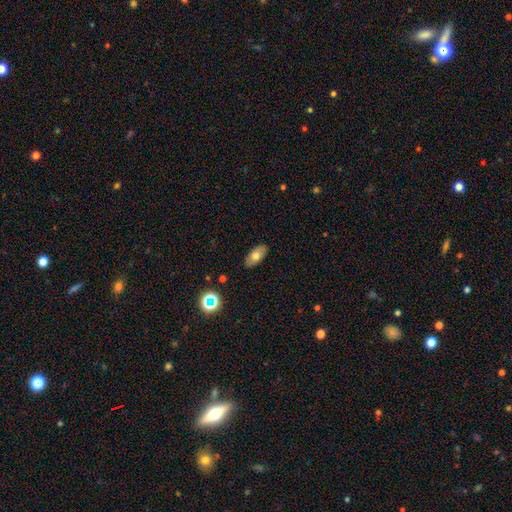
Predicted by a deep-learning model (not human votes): Smooth or featured? smooth (68%)
How rounded? in between (90%)
Merging? none (87%)